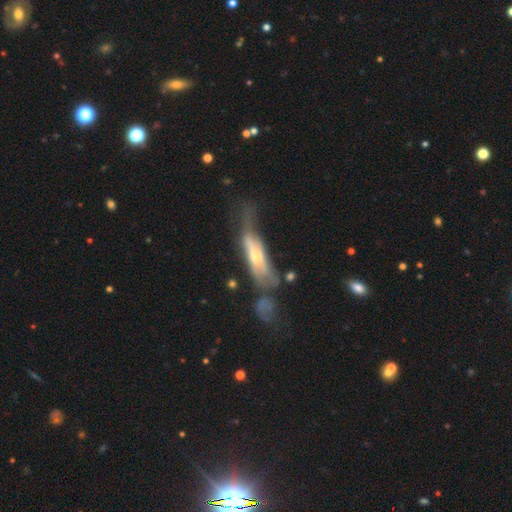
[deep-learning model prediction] Q: Smooth or featured?
A: featured or disk (53%); runner-up: smooth (40%)
Q: Edge-on disk?
A: yes (59%); runner-up: no (41%)
Q: Merging?
A: major disturbance (38%); runner-up: minor disturbance (24%)